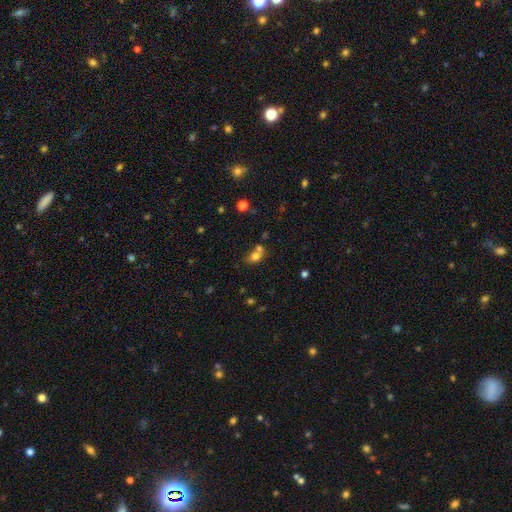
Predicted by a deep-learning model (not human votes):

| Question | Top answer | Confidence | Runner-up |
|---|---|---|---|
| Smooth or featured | smooth | 73% | featured or disk (14%) |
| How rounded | in between | 53% | round (45%) |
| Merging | merger | 47% | none (37%) |